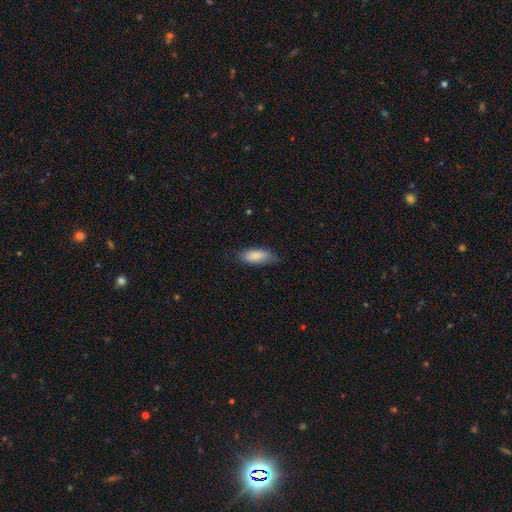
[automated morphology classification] A smooth galaxy with no disk features (85%) that is in between round and cigar-shaped (82%).

Vote fractions:
- Smooth or featured? smooth: 85% / featured or disk: 9% / star or artifact: 6%
- How rounded? in between: 82% / cigar-shaped: 16% / round: 2%
- Merging? none: 71% / minor disturbance: 23% / major disturbance: 5% / merger: 1%